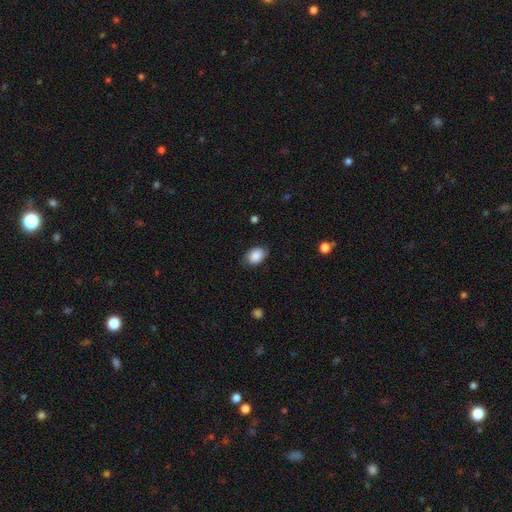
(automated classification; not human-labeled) Smooth or featured? smooth (87%)
How rounded? in between (80%)
Merging? none (80%)